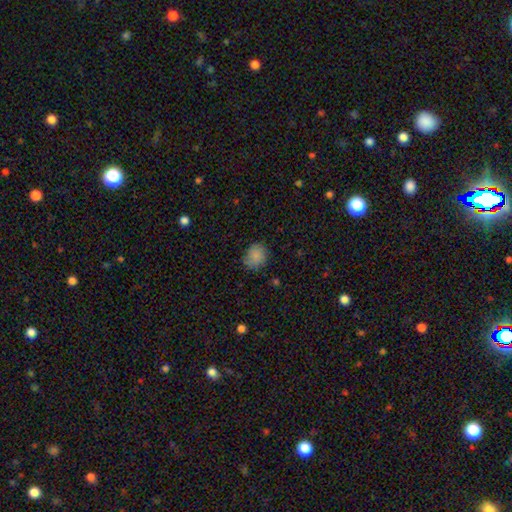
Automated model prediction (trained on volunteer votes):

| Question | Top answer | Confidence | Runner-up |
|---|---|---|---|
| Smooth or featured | smooth | 84% | star or artifact (9%) |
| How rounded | round | 70% | in between (29%) |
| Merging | none | 77% | minor disturbance (18%) |